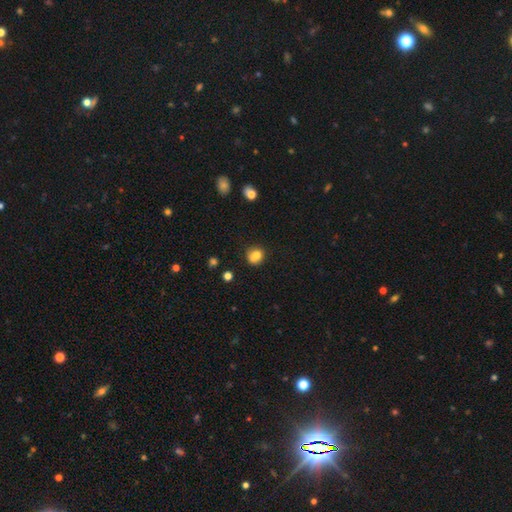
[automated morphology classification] The model was most divided on "merging": none: 42%, merger: 41%, minor disturbance: 12%, major disturbance: 5%. More confident: smooth or featured — smooth (73%); how rounded — round (73%).